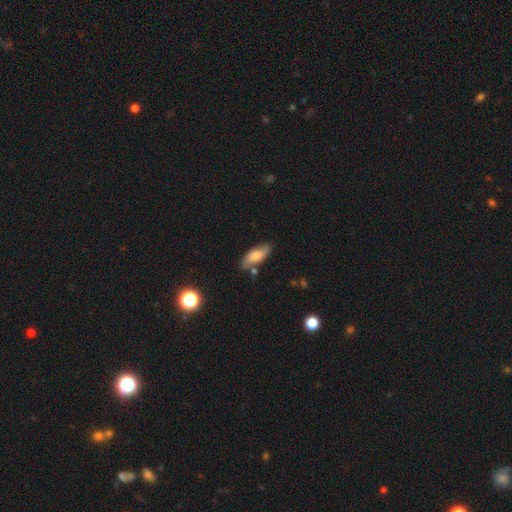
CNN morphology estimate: A smooth galaxy with no disk features (58%) that is in between round and cigar-shaped (73%). Merging: none (75%).